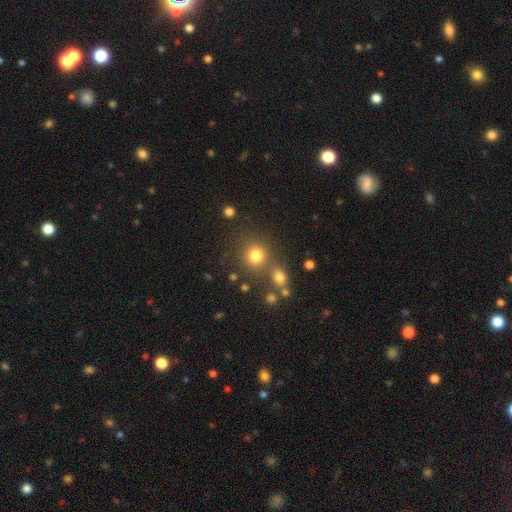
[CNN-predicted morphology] Smooth or featured? Predicted: smooth (p=0.78). How rounded? Predicted: round (p=0.88). Merging? Predicted: none (p=0.70).